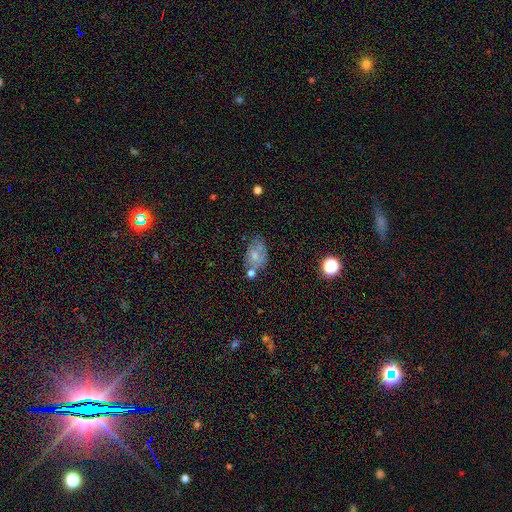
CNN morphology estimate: Smooth or featured? Predicted: smooth (p=0.56). How rounded? Predicted: in between (p=0.84). Merging? Predicted: none (p=0.50).